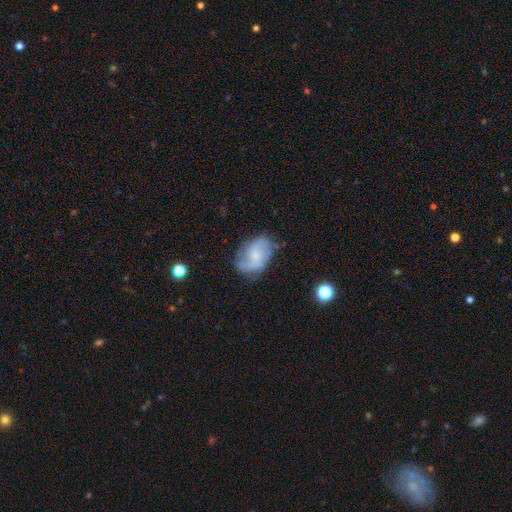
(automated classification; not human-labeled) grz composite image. It shows a featured or disk galaxy (53%) with no bar (64%), spiral arms (78%) and a small central bulge (49%). Merging: none (56%).